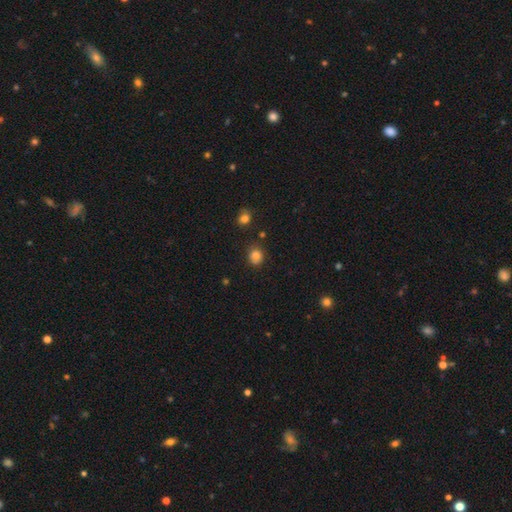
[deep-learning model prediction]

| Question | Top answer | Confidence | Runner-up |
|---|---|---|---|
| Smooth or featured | smooth | 80% | star or artifact (12%) |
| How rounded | round | 75% | in between (25%) |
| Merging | none | 78% | minor disturbance (15%) |